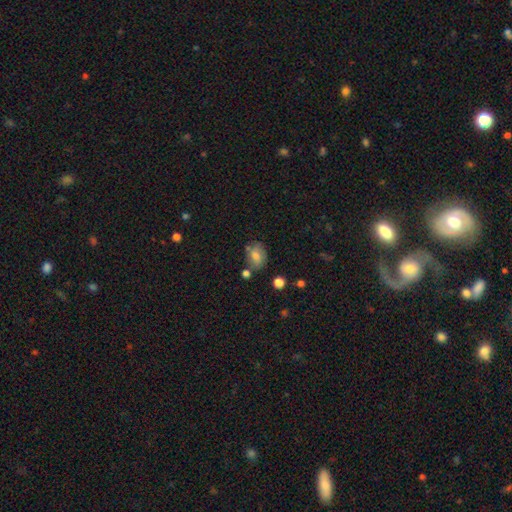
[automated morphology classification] smooth 71%, featured or disk 19%, star or artifact 11%. Down the decision tree: how rounded — in between (71%); merging — none (63%).